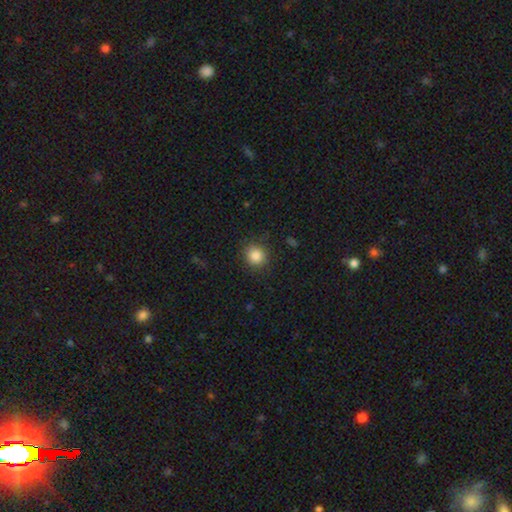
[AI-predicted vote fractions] A smooth galaxy with no disk features (85%) that is round (89%). Merging: none (86%).